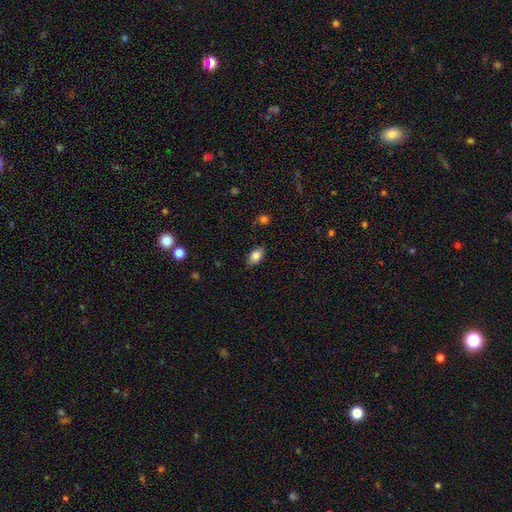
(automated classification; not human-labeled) smooth_or_featured: smooth (p=0.83) [alt: featured or disk p=0.09]
how_rounded: in between (p=0.89) [alt: round p=0.06]
merging: none (p=0.84) [alt: minor disturbance p=0.13]